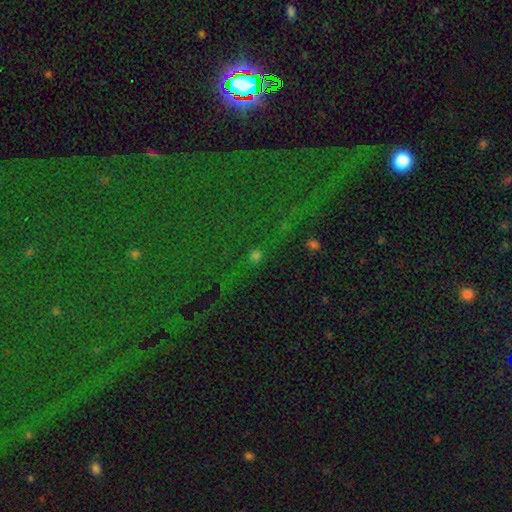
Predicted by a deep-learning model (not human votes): Overall: star or artifact (51%; smooth 40%).